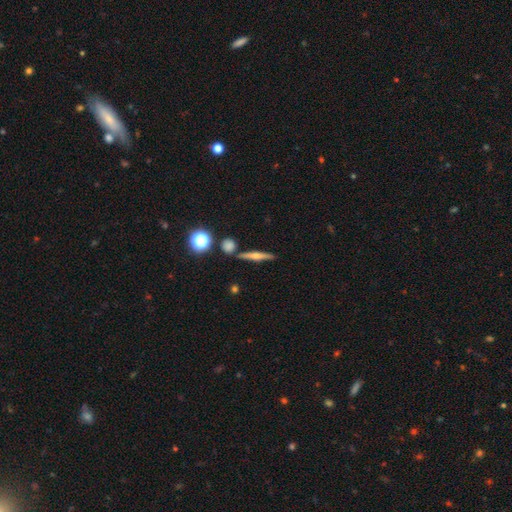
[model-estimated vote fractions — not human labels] This is likely a featured or disk galaxy (62%). It is clearly viewed edge-on (96%). Edge-on bulge: clearly rounded (85%). Merging: clearly none (86%).